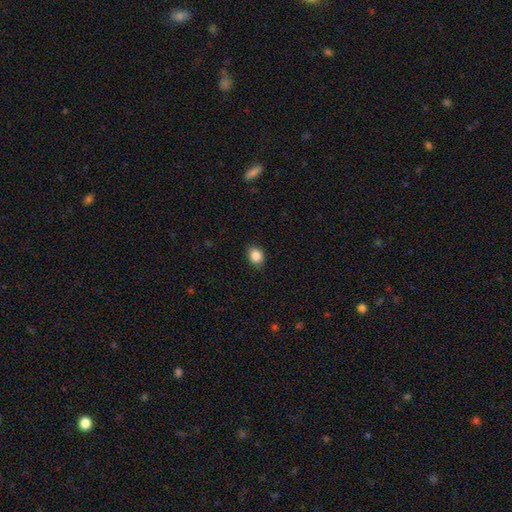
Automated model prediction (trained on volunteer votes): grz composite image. It shows a smooth galaxy with no disk features (87%) that is round (53%). Merging: none (87%).